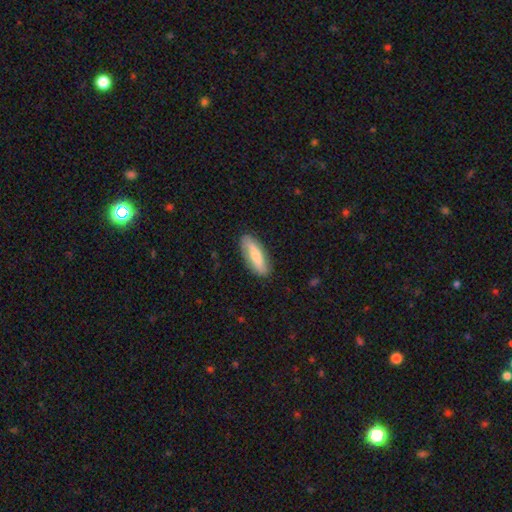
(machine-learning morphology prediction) Smooth or featured?
  - smooth: 69% *
  - featured or disk: 25%
  - star or artifact: 6%
How rounded?
  - in between: 55% *
  - cigar-shaped: 43%
  - round: 2%
Merging?
  - none: 85% *
  - minor disturbance: 12%
  - major disturbance: 3%
  - merger: 1%